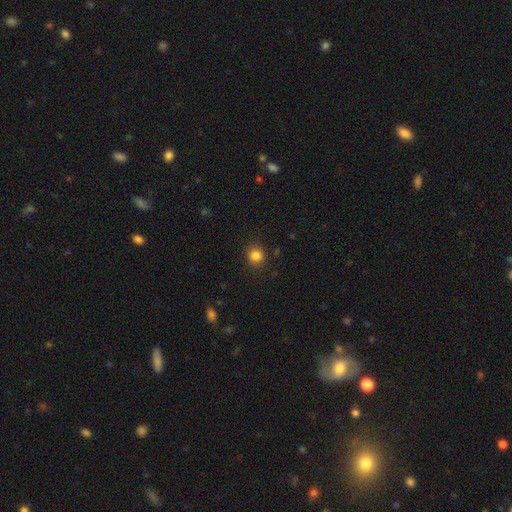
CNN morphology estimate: This appears to be a smooth galaxy with no disk features (84%) that is round (89%). Merging: none (89%).